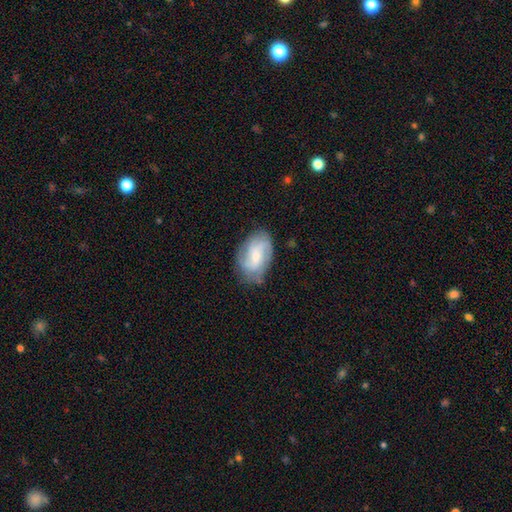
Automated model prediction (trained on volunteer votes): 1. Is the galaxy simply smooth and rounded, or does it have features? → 58% featured or disk, 35% smooth, 7% star or artifact.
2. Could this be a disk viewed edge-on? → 96% no, 4% yes.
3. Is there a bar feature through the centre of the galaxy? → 47% weak, 42% no, 11% strong.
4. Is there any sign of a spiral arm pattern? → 87% yes, 13% no.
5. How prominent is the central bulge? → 41% small (tied), 41% moderate (tied), 10% none, 7% large, 1% dominant.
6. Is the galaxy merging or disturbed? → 70% none, 22% minor disturbance, 7% major disturbance, 1% merger.